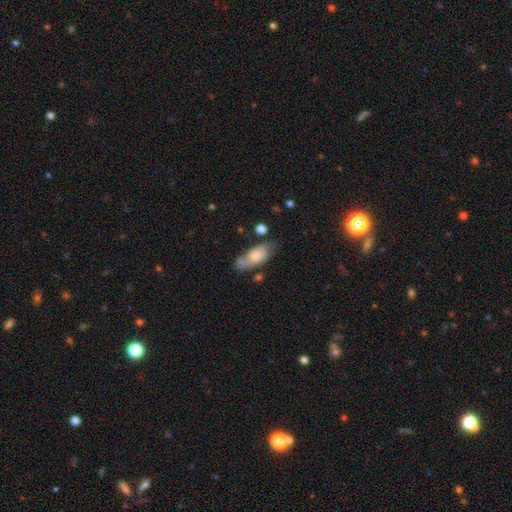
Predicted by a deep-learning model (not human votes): Smooth or featured?
  - smooth: 68% *
  - featured or disk: 26%
  - star or artifact: 7%
How rounded?
  - in between: 84% *
  - cigar-shaped: 13%
  - round: 3%
Merging?
  - none: 51% *
  - minor disturbance: 28%
  - major disturbance: 11%
  - merger: 10%